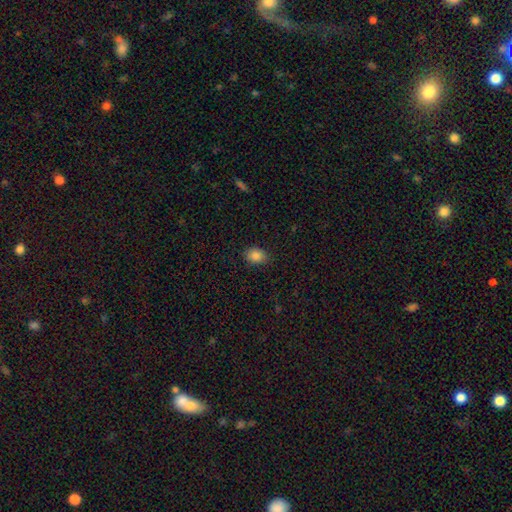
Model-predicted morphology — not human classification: Overall: smooth (86%). How rounded: in between (69%; round 30%). Merging: none (85%).